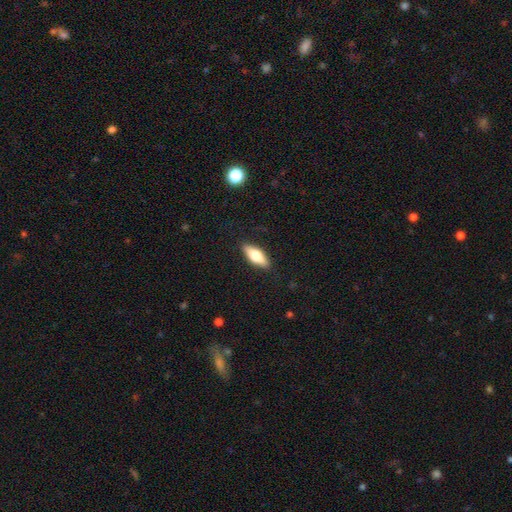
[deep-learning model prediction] This is likely a smooth galaxy (69%). How rounded: likely in between (71%). Merging: clearly none (87%).